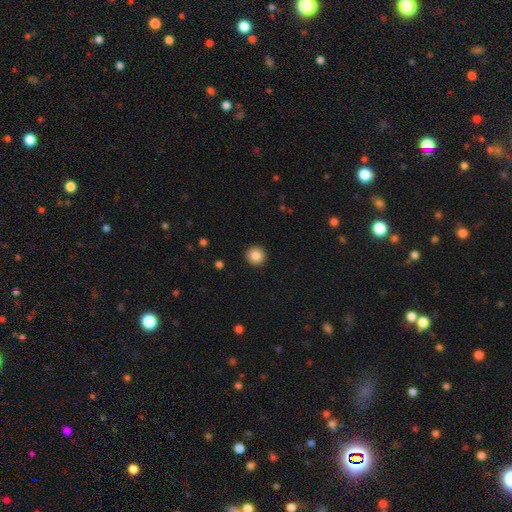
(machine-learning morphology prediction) The model was most divided on "smooth or featured": smooth: 86%, star or artifact: 9%, featured or disk: 5%. More confident: how rounded — round (94%); merging — none (93%).